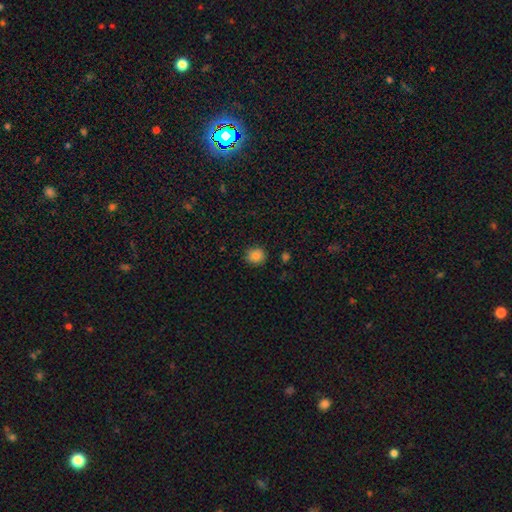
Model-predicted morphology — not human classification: Smooth or featured? smooth (83%)
How rounded? round (85%)
Merging? none (88%)